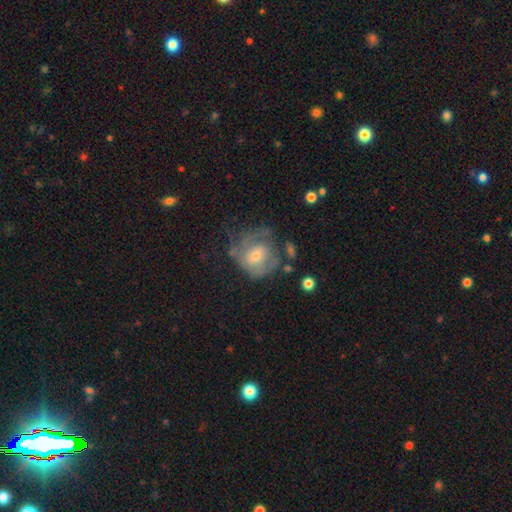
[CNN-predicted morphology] This appears to be a featured or disk galaxy (63%) with no bar (50%), spiral arms (70%) and a small central bulge (50%). Merging: none (41%).